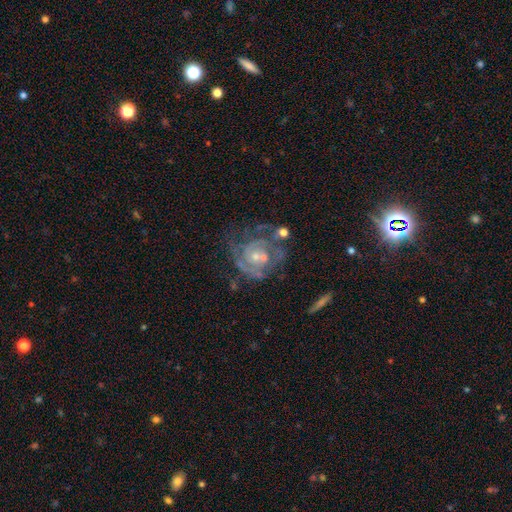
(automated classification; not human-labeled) smooth_or_featured: featured or disk (p=0.84) [alt: smooth p=0.09]
disk_edge_on: no (p=0.98) [alt: yes p=0.02]
bar: no (p=0.73) [alt: weak p=0.23]
has_spiral_arms: yes (p=0.89) [alt: no p=0.11]
spiral_winding: tight (p=0.63) [alt: medium p=0.29]
spiral_arm_count: can't tell (p=0.34) [alt: 2 p=0.29]
bulge_size: small (p=0.61) [alt: moderate p=0.32]
merging: none (p=0.50) [alt: major disturbance p=0.20]